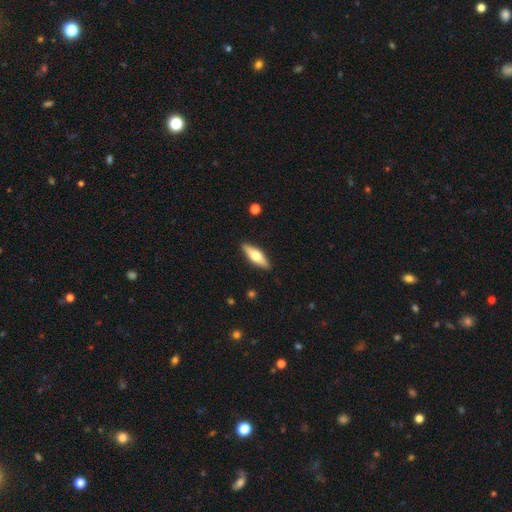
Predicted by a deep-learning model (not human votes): Q: Smooth or featured?
A: featured or disk (50%); runner-up: smooth (45%)
Q: Merging?
A: none (90%); runner-up: minor disturbance (7%)